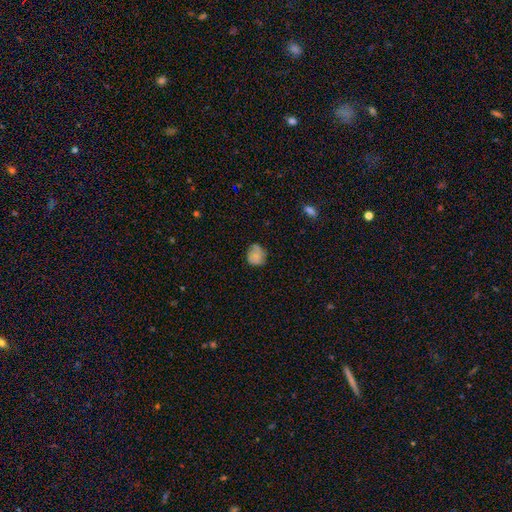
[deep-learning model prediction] smooth-or-featured: smooth: 77% | featured or disk: 14% | star or artifact: 9%
  how-rounded: round: 74% | in between: 25% | cigar-shaped: 1%
  merging: none: 66% | minor disturbance: 26% | major disturbance: 6% | merger: 2%